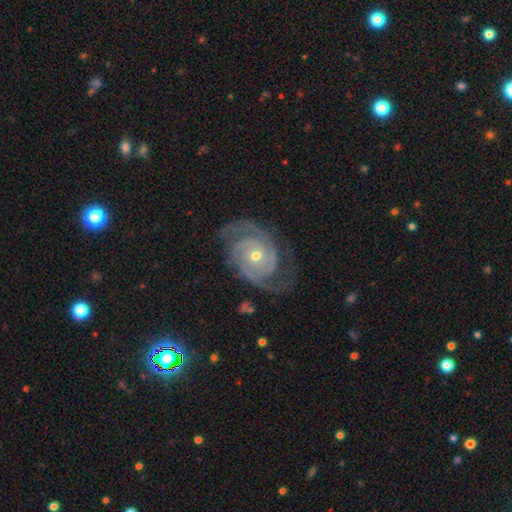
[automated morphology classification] This is clearly a featured or disk galaxy (92%). It is clearly not viewed edge-on (97%). Bar: likely no (75%). Spiral arm pattern: clearly yes (98%). Spiral arm count: likely 2 (69%). Spiral winding: likely tight (67%). Central bulge: possibly moderate (49%). Merging: likely none (76%).